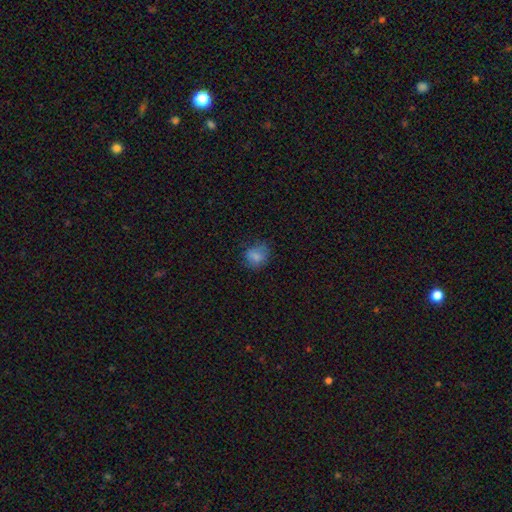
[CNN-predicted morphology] type=smooth (76%); roundness=round (54%); merging=none (62%).